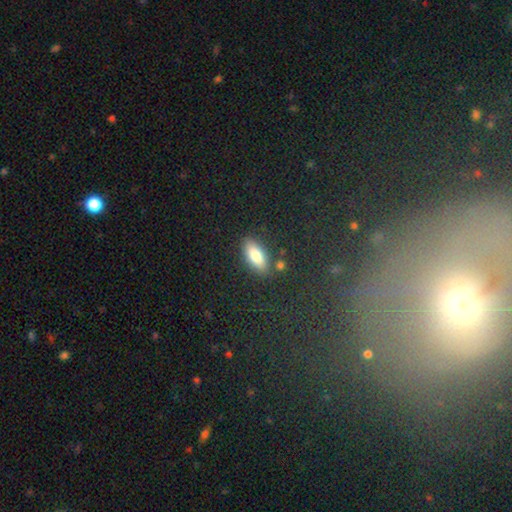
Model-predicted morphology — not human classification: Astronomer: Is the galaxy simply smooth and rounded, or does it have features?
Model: smooth — 82%.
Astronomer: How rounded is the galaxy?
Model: in between — 84%.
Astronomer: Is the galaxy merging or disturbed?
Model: none — 82%.